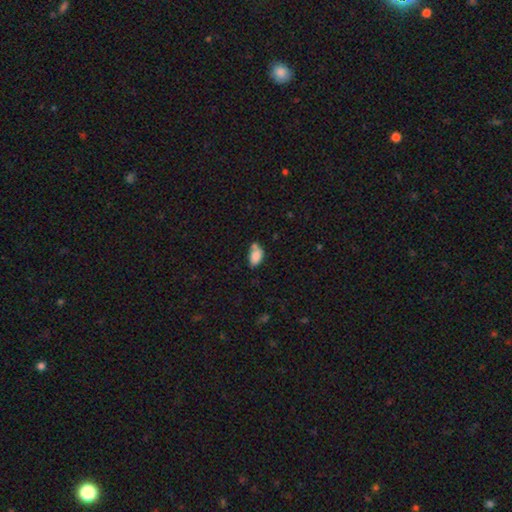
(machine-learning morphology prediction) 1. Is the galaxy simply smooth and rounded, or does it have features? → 83% smooth, 9% star or artifact, 8% featured or disk.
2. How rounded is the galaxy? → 91% in between, 7% round, 2% cigar-shaped.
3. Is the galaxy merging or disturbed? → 43% none, 25% merger, 25% minor disturbance, 8% major disturbance.